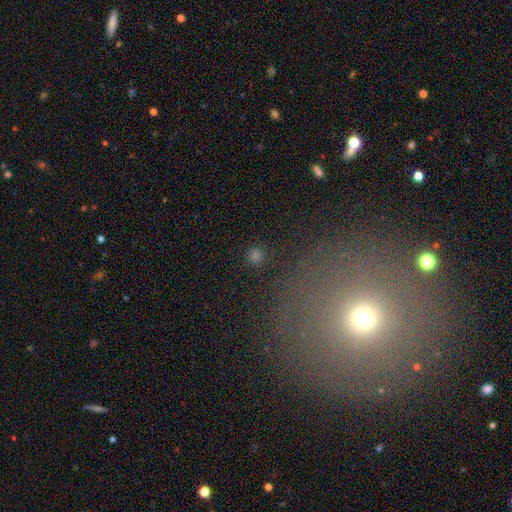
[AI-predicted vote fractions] The model was most divided on "smooth or featured": smooth: 60%, star or artifact: 31%, featured or disk: 8%. More confident: how rounded — round (91%); merging — none (88%).